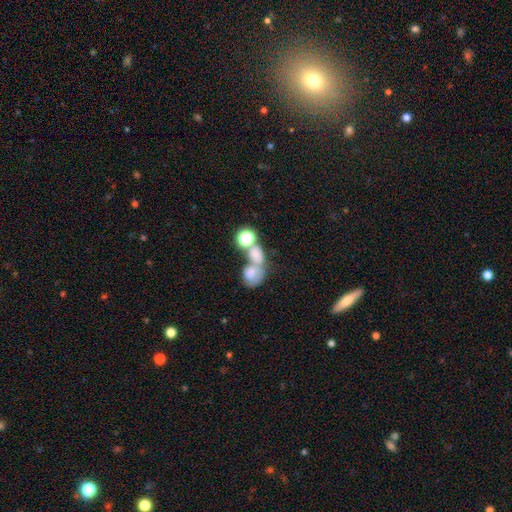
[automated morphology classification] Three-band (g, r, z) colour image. It shows a smooth galaxy with no disk features (63%) that is in between round and cigar-shaped (52%). Merging: merger (63%).